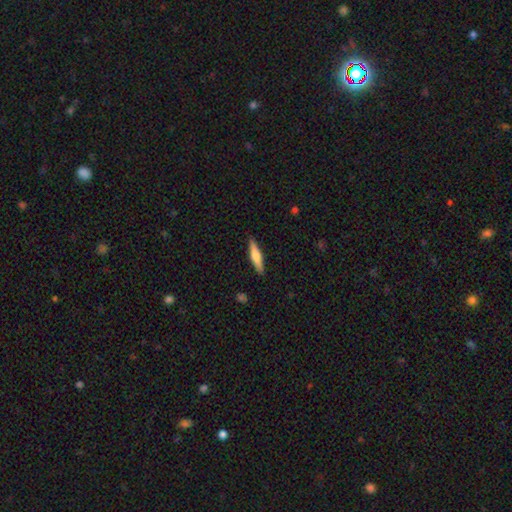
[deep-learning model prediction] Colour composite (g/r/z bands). It shows a smooth galaxy with no disk features (57%) that is cigar-shaped (82%). Merging: none (90%).